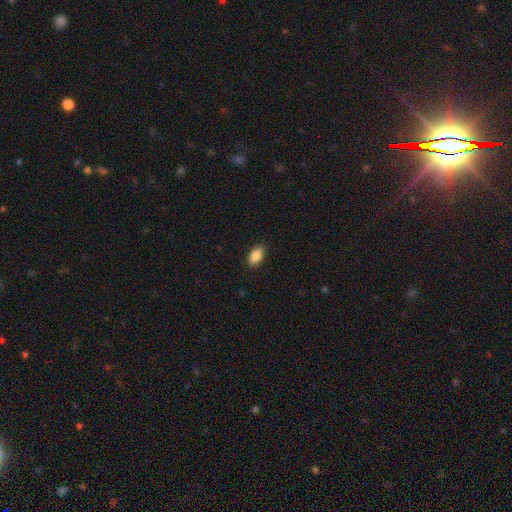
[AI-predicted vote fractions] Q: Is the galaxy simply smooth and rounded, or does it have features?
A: smooth — 88%.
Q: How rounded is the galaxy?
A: in between — 93%.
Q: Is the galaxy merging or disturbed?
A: none — 89%.